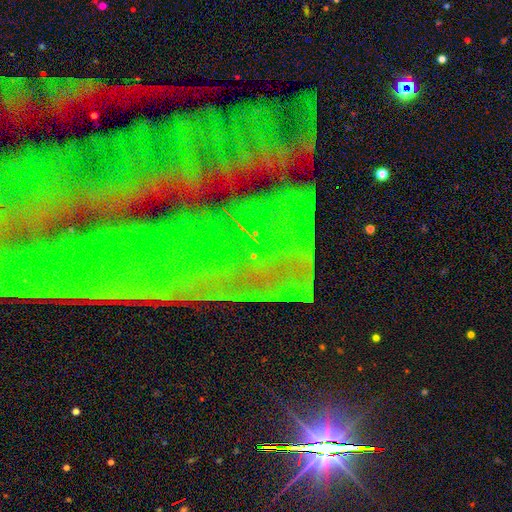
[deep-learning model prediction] Smooth or featured? star or artifact (83%)